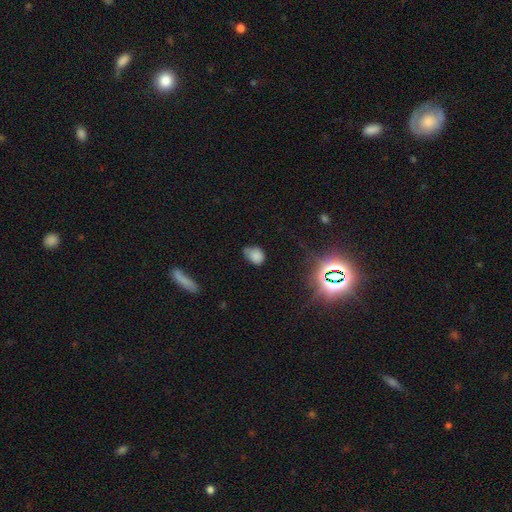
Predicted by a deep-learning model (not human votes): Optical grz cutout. It shows a smooth galaxy with no disk features (77%) that is in between round and cigar-shaped (57%). Merging: none (45%).